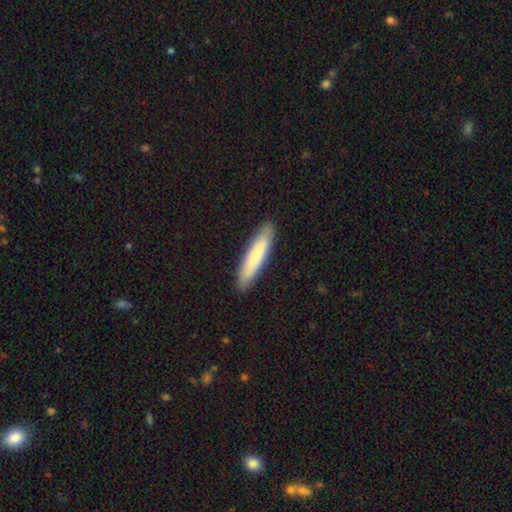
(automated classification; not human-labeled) This is likely a smooth galaxy (78%). How rounded: clearly cigar-shaped (86%). Merging: clearly none (90%).